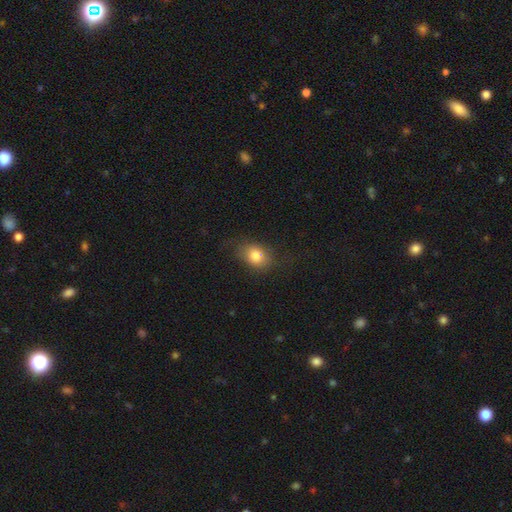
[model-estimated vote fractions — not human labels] Smooth or featured? smooth (79%)
How rounded? in between (61%)
Merging? none (71%)